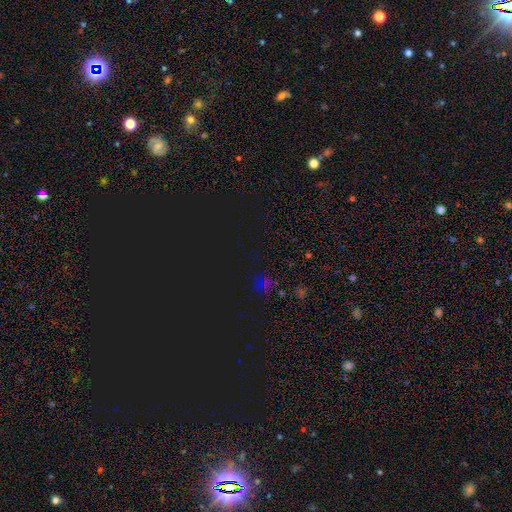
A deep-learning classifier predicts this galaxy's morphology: star or artifact 75%, smooth 18%, featured or disk 6%.